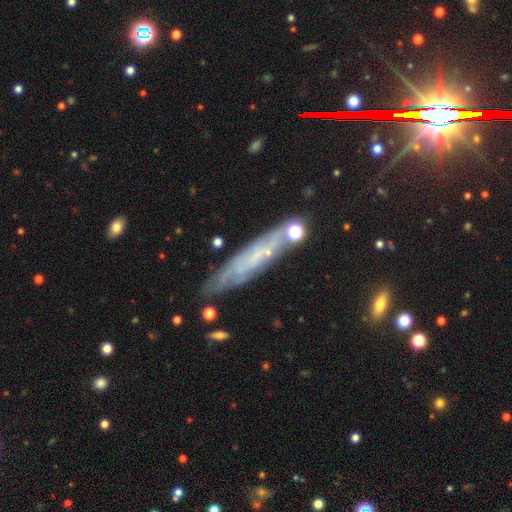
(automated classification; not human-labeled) This appears to be a featured or disk galaxy (57%) viewed edge-on (55%). Merging: none (73%).